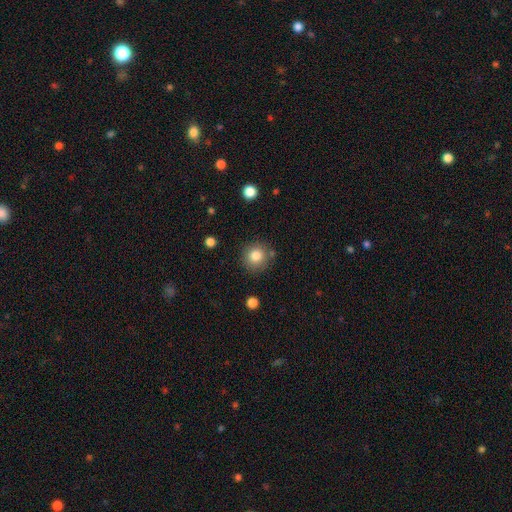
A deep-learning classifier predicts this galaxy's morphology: A smooth galaxy with no disk features (83%) that is round (91%).

Vote fractions:
- Smooth or featured? smooth: 83% / star or artifact: 10% / featured or disk: 7%
- How rounded? round: 91% / in between: 8% / cigar-shaped: 1%
- Merging? none: 81% / minor disturbance: 11% / merger: 5% / major disturbance: 4%